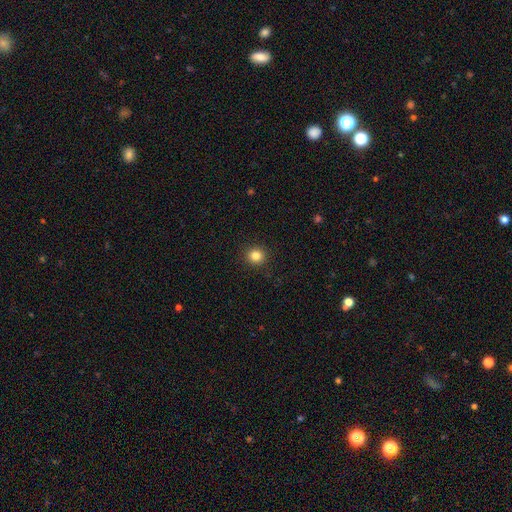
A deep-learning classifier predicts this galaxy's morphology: type=smooth (84%); roundness=round (91%); merging=none (92%).